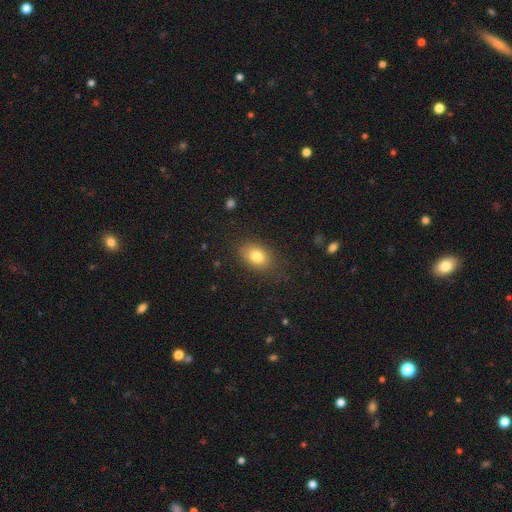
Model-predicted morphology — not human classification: This is clearly a smooth galaxy (80%). How rounded: likely in between (80%). Merging: clearly none (81%).